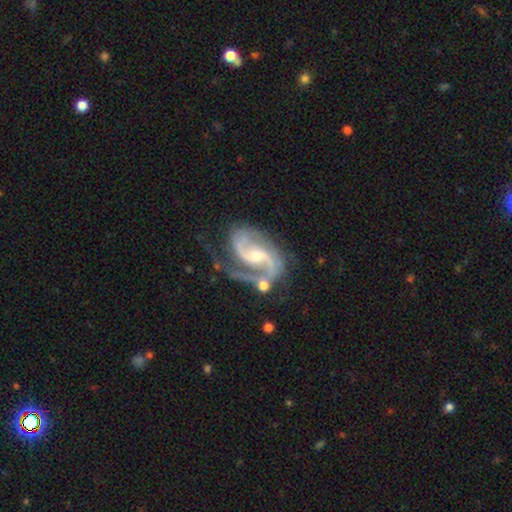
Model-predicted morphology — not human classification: smooth-or-featured: featured or disk: 92% | star or artifact: 5% | smooth: 3%
  disk-edge-on: no: 98% | yes: 2%
    bar: weak: 45% | no: 35% | strong: 20%
    has-spiral-arms: yes: 98% | no: 2%
      spiral-winding: medium: 56% | loose: 24% | tight: 20%
      spiral-arm-count: 2: 89% | 3: 3% | can't tell: 3% | 1: 3% | 4: 1% | more than 4: 1%
    bulge-size: small: 48% | moderate: 46% | none: 3% | large: 2% | dominant: 1%
  merging: none: 55% | minor disturbance: 21% | major disturbance: 14% | merger: 10%